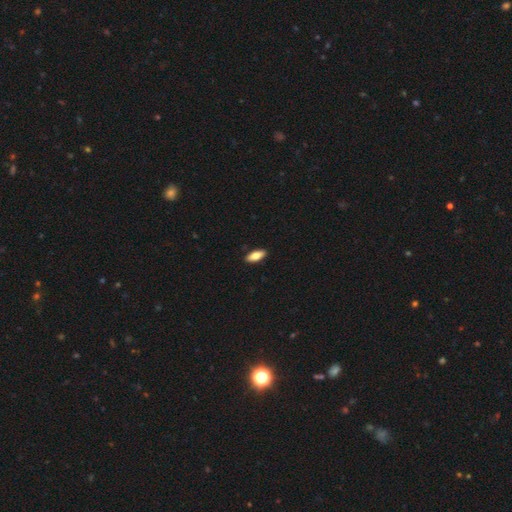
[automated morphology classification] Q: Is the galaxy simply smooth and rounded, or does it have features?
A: smooth — 76%.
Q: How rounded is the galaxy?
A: in between — 77%.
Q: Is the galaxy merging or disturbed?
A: none — 90%.